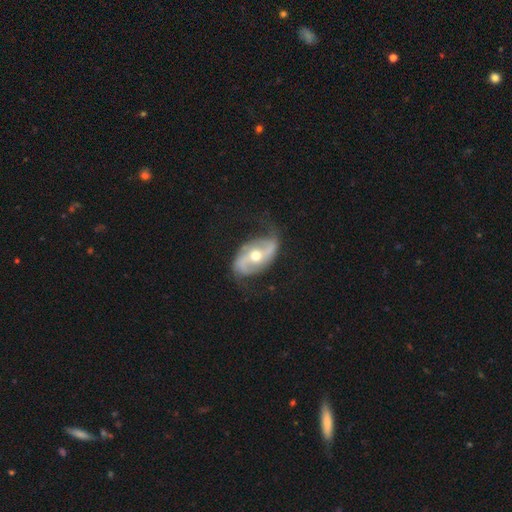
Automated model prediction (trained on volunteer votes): A featured or disk galaxy (84%) with no bar (40%), 2 (91%) loose (57%) spiral arms (92%) and a moderate central bulge (75%).

Vote fractions:
- Smooth or featured? featured or disk: 84% / smooth: 11% / star or artifact: 5%
- Edge-on disk? no: 96% / yes: 4%
- Bar? no: 40% / weak: 32% / strong: 28%
- Spiral arms? yes: 92% / no: 8%
- Spiral winding? loose: 57% / medium: 31% / tight: 12%
- Spiral arm count? 2: 91% / can't tell: 4% / 1: 2% / 3: 1% / 4: 1% / more than 4: 1%
- Bulge size? moderate: 75% / small: 18% / large: 5% / dominant: 1% / none: 1%
- Merging? none: 66% / minor disturbance: 22% / major disturbance: 11% / merger: 1%